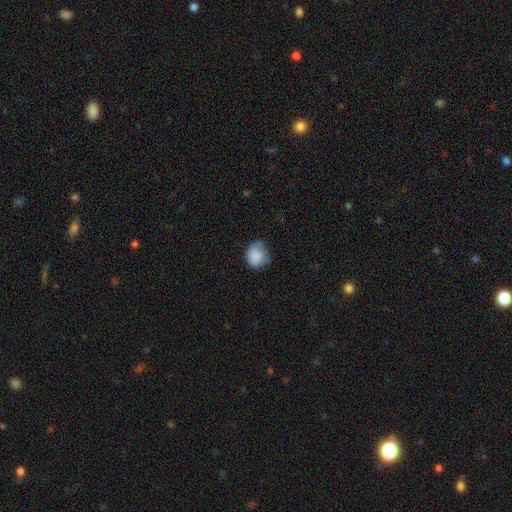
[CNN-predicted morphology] Smooth or featured?
  - smooth: 80% *
  - featured or disk: 12%
  - star or artifact: 8%
How rounded?
  - round: 68% *
  - in between: 31%
  - cigar-shaped: 1%
Merging?
  - none: 48% *
  - minor disturbance: 36%
  - major disturbance: 15%
  - merger: 2%